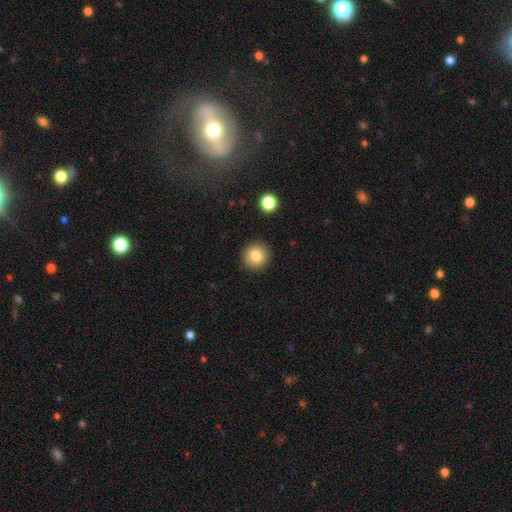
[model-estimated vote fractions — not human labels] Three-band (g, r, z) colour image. It shows a smooth galaxy with no disk features (83%) that is round (93%). Merging: none (91%).